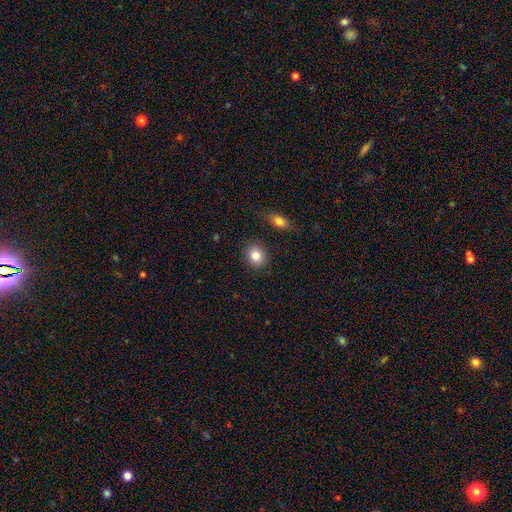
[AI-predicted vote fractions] smooth-or-featured: smooth: 84% | star or artifact: 9% | featured or disk: 7%
  how-rounded: round: 70% | in between: 29% | cigar-shaped: 1%
  merging: none: 88% | minor disturbance: 8% | merger: 2% | major disturbance: 2%